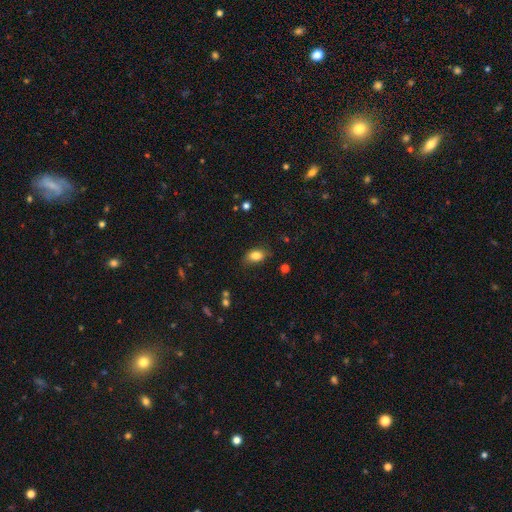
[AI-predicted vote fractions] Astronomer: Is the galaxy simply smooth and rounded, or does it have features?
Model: smooth — 83%.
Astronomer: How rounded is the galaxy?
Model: in between — 86%.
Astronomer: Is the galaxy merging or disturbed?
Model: none — 76%.